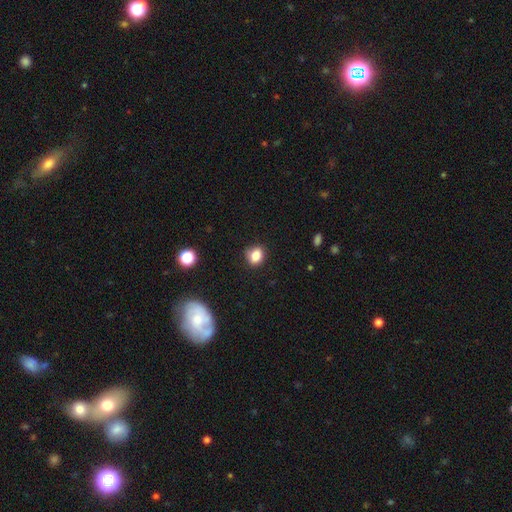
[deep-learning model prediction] This is clearly a smooth galaxy (83%). How rounded: possibly round (52%). Merging: likely none (79%).